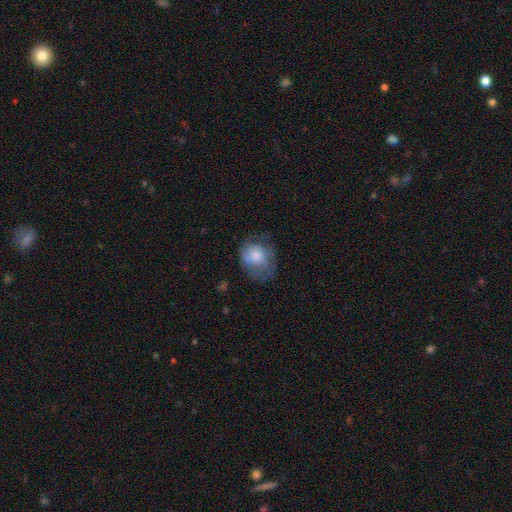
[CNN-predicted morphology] type=smooth (67%); roundness=round (56%); merging=none (48%).